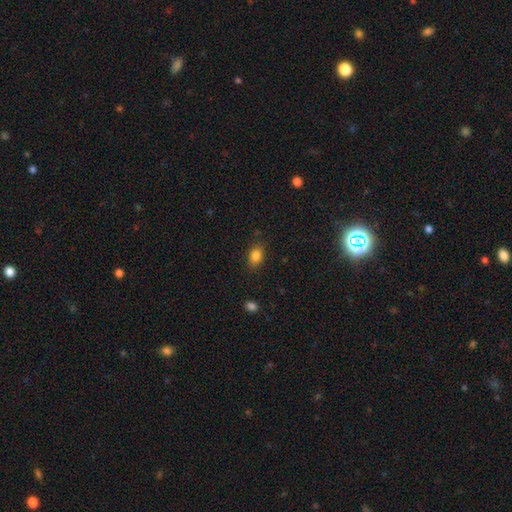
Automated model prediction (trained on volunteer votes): Overall: smooth (85%). How rounded: in between (79%). Merging: none (84%).